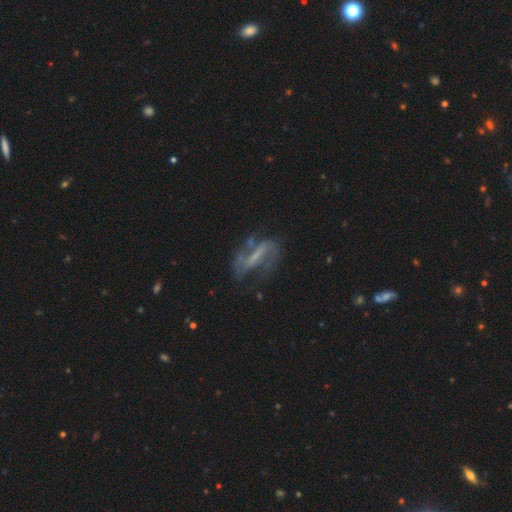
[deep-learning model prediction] The model was most divided on "bulge size": none: 44%, small: 35%, moderate: 16%, large: 3%, dominant: 1%. More confident: edge-on disk — no (85%); smooth or featured — featured or disk (73%); spiral arms — yes (73%); bar — strong (58%); merging — none (52%).